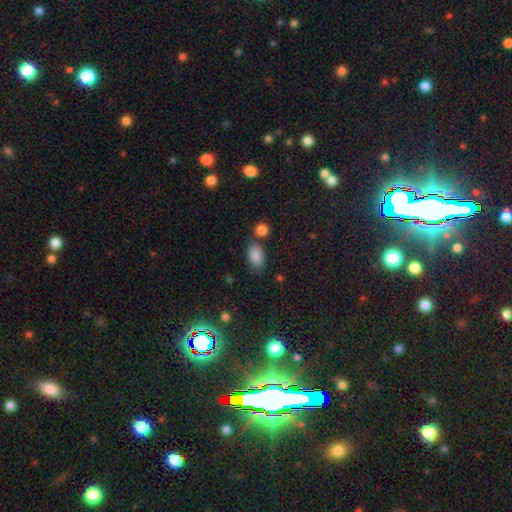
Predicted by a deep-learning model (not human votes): Morphology: type=smooth (86%); roundness=in between (90%); merging=none (69%).